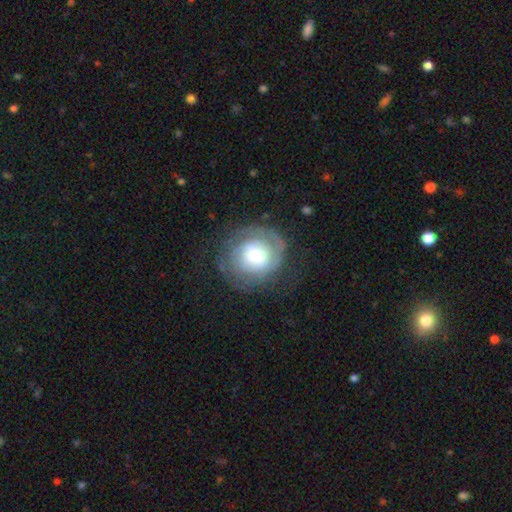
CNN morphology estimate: featured or disk 66%, smooth 27%, star or artifact 7%. Down the decision tree: edge-on disk — no (97%); bar — no (70%); spiral arms — yes (82%); spiral arm count — can't tell (39%); spiral winding — tight (63%); bulge size — moderate (56%); merging — none (66%).